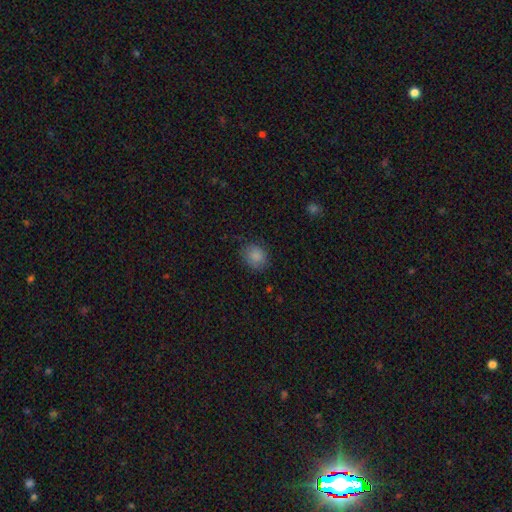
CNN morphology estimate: smooth_or_featured: smooth (p=0.86) [alt: star or artifact p=0.09]
how_rounded: round (p=0.68) [alt: in between p=0.31]
merging: none (p=0.78) [alt: minor disturbance p=0.16]